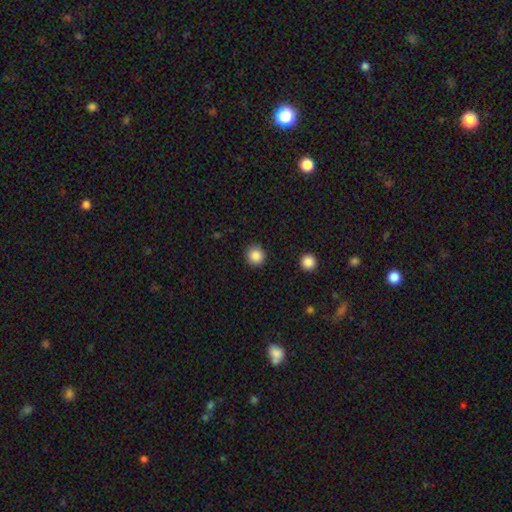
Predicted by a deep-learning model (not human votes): Smooth or featured? Predicted: smooth (p=0.87). How rounded? Predicted: round (p=0.92). Merging? Predicted: none (p=0.90).